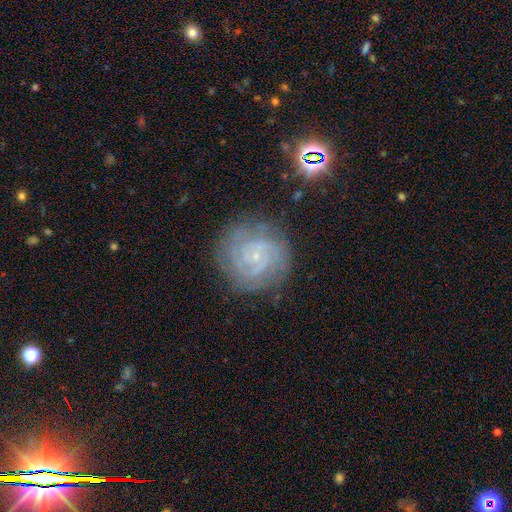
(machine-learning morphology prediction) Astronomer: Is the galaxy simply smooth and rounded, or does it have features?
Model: featured or disk — 84%.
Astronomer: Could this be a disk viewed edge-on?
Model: no — 98%.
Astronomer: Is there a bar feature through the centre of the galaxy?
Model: no — 68%.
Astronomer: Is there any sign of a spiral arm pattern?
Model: yes — 97%.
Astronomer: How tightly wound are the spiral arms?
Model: tight — 73%.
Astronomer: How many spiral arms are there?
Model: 2 — 39% (runner-up: 3, 21%).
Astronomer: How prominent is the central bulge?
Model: small — 85%.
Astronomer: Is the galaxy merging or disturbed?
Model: none — 78%.